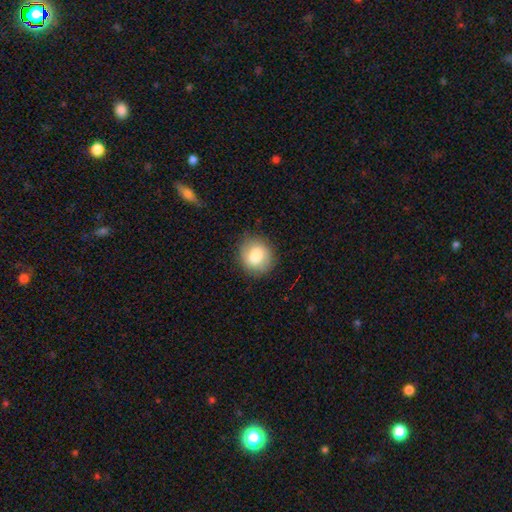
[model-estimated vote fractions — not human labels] Smooth or featured?
  - smooth: 81% *
  - featured or disk: 11%
  - star or artifact: 8%
How rounded?
  - round: 79% *
  - in between: 20%
  - cigar-shaped: 1%
Merging?
  - none: 83% *
  - minor disturbance: 12%
  - major disturbance: 3%
  - merger: 1%